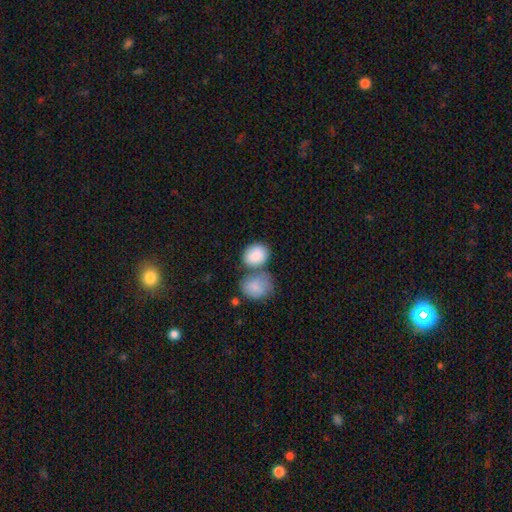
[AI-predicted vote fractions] smooth_or_featured: smooth (p=0.87) [alt: featured or disk p=0.07]
how_rounded: in between (p=0.59) [alt: round p=0.40]
merging: none (p=0.42) [alt: merger p=0.39]